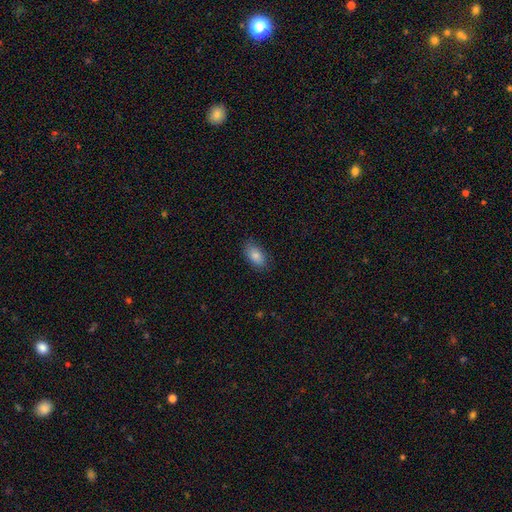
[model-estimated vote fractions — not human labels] Smooth or featured? smooth (84%)
How rounded? in between (92%)
Merging? none (82%)